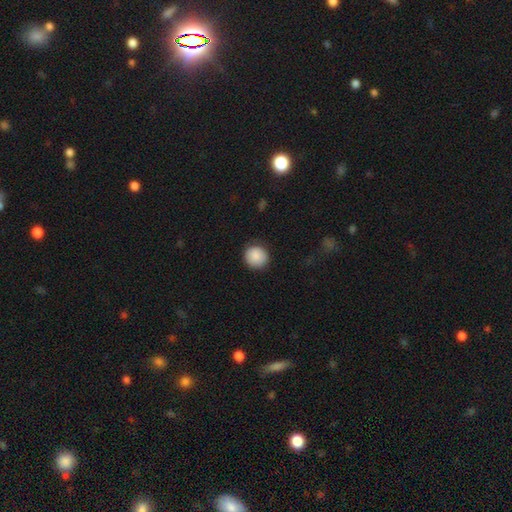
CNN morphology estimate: This is clearly a smooth galaxy (89%). How rounded: clearly round (92%). Merging: clearly none (86%).